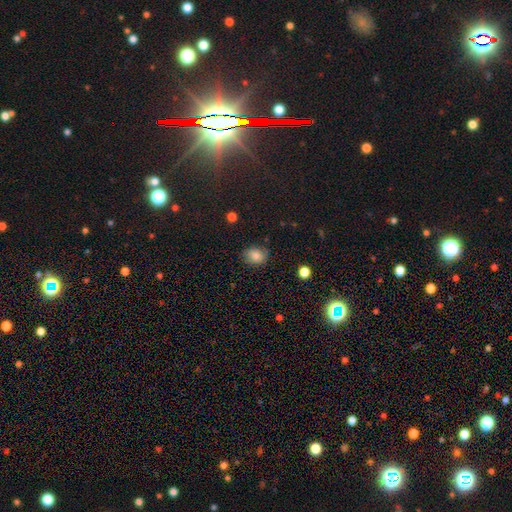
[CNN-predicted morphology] type=smooth (80%); roundness=round (53%); merging=none (78%).